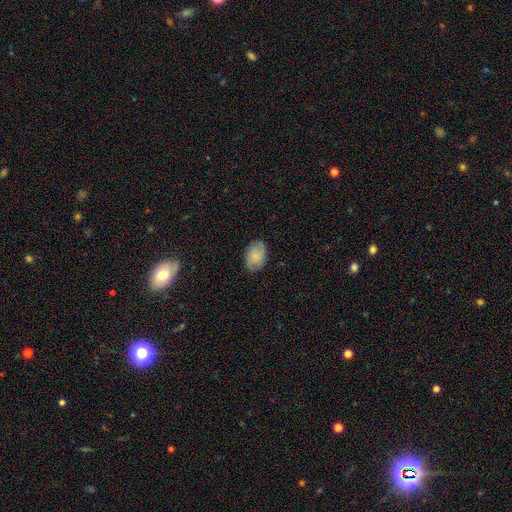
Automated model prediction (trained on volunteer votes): smooth 70%, featured or disk 22%, star or artifact 8%. Down the decision tree: how rounded — in between (85%); merging — none (82%).